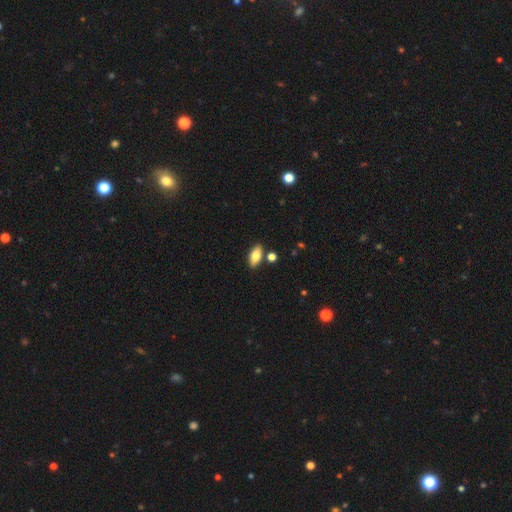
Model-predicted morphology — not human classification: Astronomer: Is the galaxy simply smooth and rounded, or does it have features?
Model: smooth — 79%.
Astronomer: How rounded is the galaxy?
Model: in between — 88%.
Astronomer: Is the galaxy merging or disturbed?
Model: none — 82%.